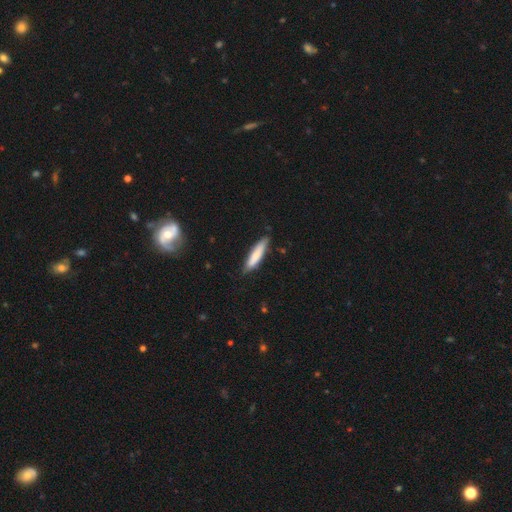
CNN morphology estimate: A smooth galaxy with no disk features (79%) that is cigar-shaped (79%). Merging: none (80%).